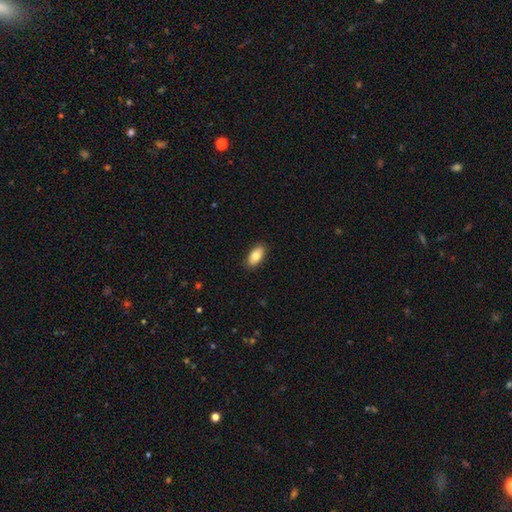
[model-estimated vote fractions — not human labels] Smooth or featured? Predicted: smooth (p=0.82). How rounded? Predicted: in between (p=0.93). Merging? Predicted: none (p=0.89).